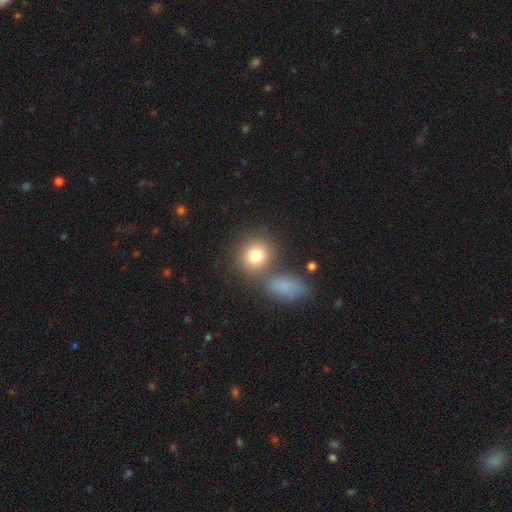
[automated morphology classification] Smooth or featured? Predicted: smooth (p=0.80). How rounded? Predicted: round (p=0.79). Merging? Predicted: none (p=0.58).